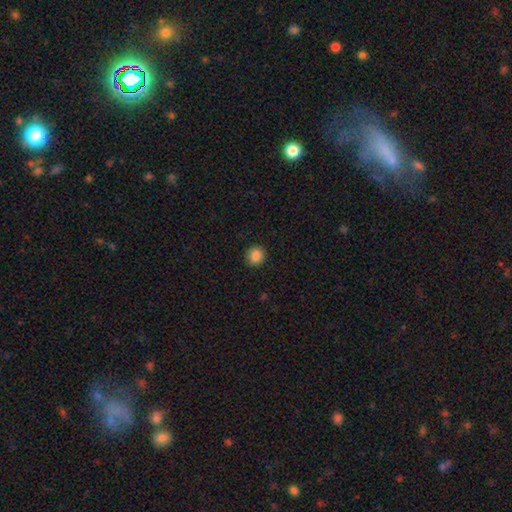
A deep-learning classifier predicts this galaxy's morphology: The model was most divided on "smooth or featured": smooth: 87%, star or artifact: 10%, featured or disk: 3%. More confident: merging — none (92%); how rounded — round (90%).